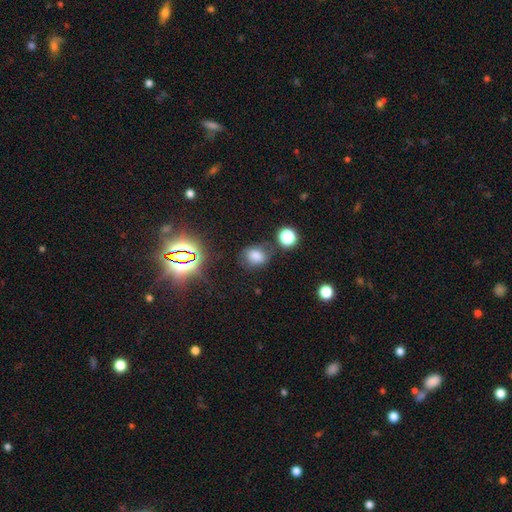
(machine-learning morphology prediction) A smooth galaxy with no disk features (70%) that is in between round and cigar-shaped (53%).

Vote fractions:
- Smooth or featured? smooth: 70% / star or artifact: 19% / featured or disk: 11%
- How rounded? in between: 53% / round: 45% / cigar-shaped: 1%
- Merging? none: 67% / minor disturbance: 20% / major disturbance: 8% / merger: 6%